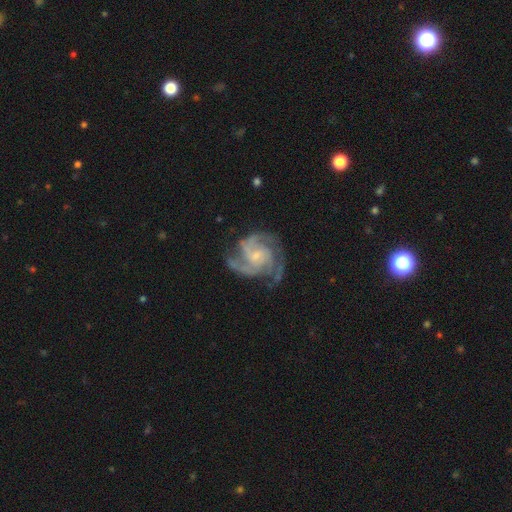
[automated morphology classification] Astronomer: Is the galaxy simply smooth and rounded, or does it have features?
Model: featured or disk — 91%.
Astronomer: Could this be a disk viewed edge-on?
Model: no — 98%.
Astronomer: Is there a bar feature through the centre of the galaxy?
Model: no — 60%.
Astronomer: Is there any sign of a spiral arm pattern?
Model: yes — 98%.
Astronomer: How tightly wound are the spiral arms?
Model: medium — 47% (runner-up: tight, 45%).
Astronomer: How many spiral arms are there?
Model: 3 — 52%.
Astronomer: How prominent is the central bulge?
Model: small — 64%.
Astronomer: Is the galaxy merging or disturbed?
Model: none — 68%.